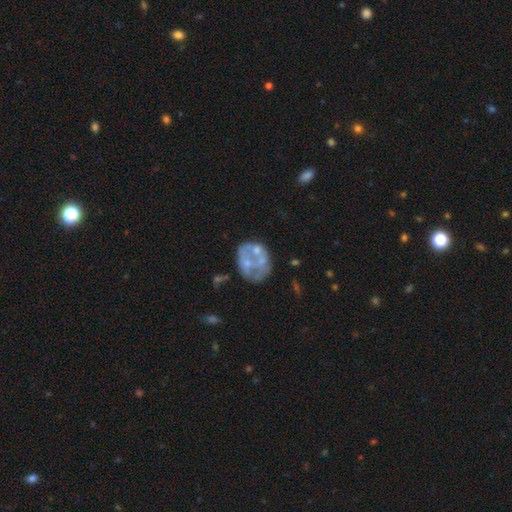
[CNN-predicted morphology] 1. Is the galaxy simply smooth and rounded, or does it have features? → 58% featured or disk, 33% smooth, 9% star or artifact.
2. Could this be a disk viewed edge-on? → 98% no, 2% yes.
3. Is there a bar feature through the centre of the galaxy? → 92% no, 6% weak, 2% strong.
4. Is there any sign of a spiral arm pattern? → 91% no, 9% yes.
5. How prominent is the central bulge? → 44% none, 28% small, 24% moderate, 2% large, 1% dominant.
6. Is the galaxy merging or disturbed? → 37% none, 25% merger, 19% minor disturbance, 19% major disturbance.